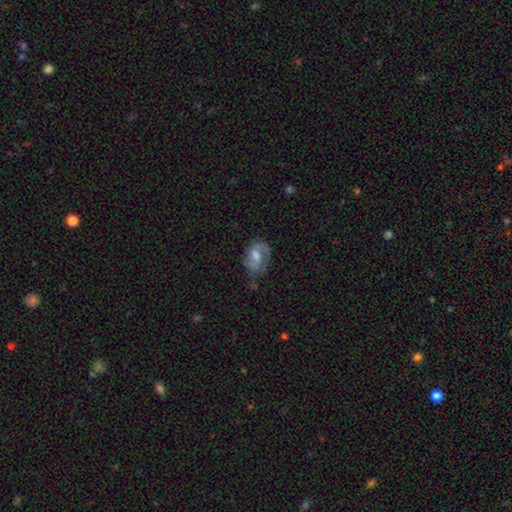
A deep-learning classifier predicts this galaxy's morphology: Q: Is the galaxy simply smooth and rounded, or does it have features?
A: featured or disk — 73%.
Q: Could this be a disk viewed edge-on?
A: no — 97%.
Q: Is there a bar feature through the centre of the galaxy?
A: weak — 48%.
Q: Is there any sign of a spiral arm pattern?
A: yes — 92%.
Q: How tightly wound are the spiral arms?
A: medium — 49%.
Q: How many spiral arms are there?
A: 2 — 78%.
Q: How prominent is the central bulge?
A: moderate — 51%.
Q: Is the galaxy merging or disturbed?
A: none — 66%.